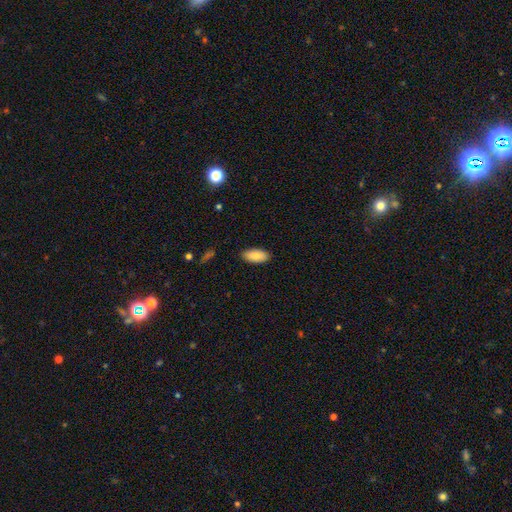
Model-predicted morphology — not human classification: A smooth galaxy with no disk features (85%) that is in between round and cigar-shaped (92%). Merging: none (88%).